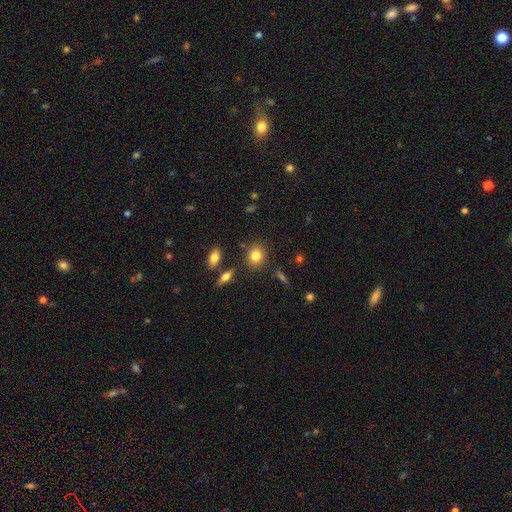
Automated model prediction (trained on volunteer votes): Smooth or featured: smooth — 81% (star or artifact — 10%)
How rounded: round — 63% (in between — 35%)
Merging: none — 83% (minor disturbance — 9%)